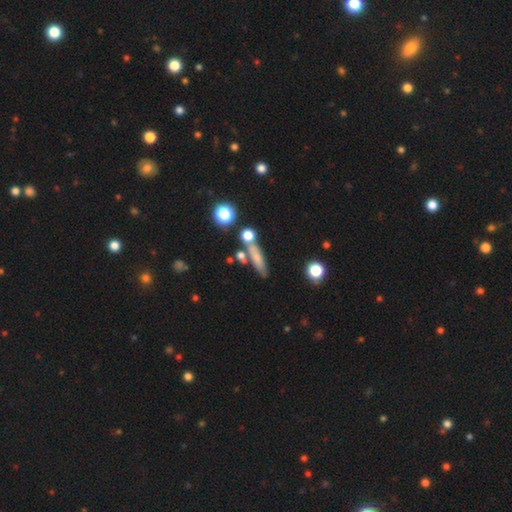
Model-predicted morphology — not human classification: Smooth or featured: smooth — 68% (featured or disk — 20%)
How rounded: cigar-shaped — 65% (in between — 25%)
Merging: none — 62% (merger — 18%)